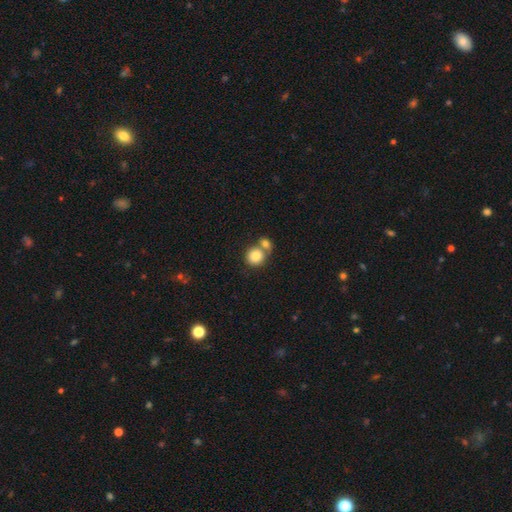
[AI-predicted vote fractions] A smooth galaxy with no disk features (82%) that is round (82%). Merging: merger (45%).